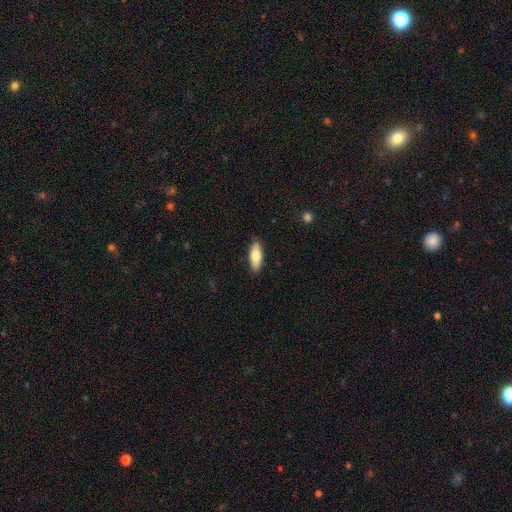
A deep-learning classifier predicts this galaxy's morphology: smooth 77%, featured or disk 17%, star or artifact 6%. Down the decision tree: how rounded — in between (68%); merging — none (87%).